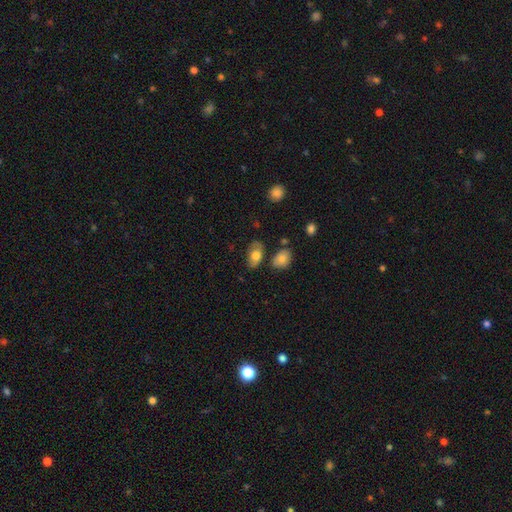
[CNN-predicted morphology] This is likely a smooth galaxy (73%). How rounded: clearly in between (90%). Merging: likely none (69%).